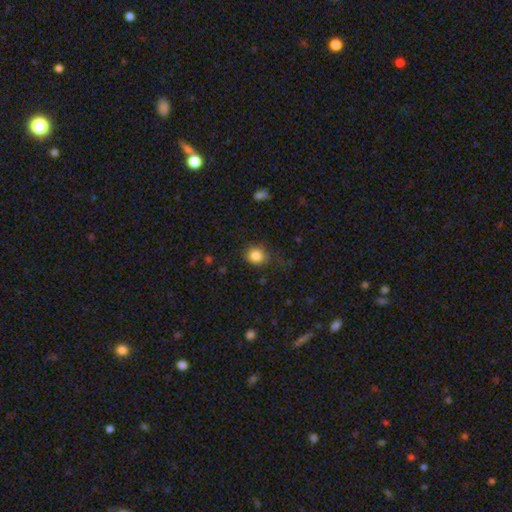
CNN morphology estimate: type=smooth (84%); roundness=round (77%); merging=none (73%).